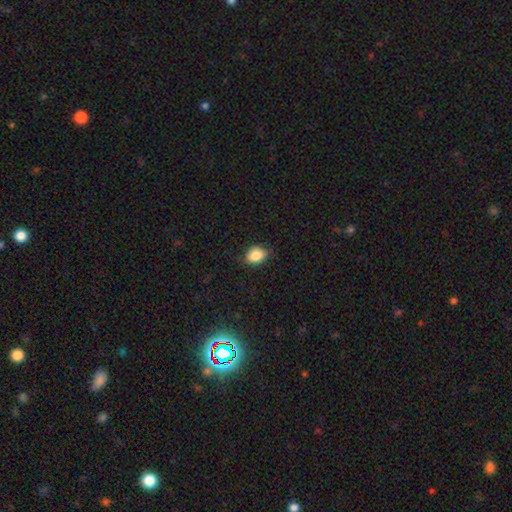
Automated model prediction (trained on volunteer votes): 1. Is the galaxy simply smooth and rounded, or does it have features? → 84% smooth, 9% star or artifact, 7% featured or disk.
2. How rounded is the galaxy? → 73% in between, 25% round, 1% cigar-shaped.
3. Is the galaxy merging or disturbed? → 75% none, 20% minor disturbance, 4% major disturbance, 1% merger.